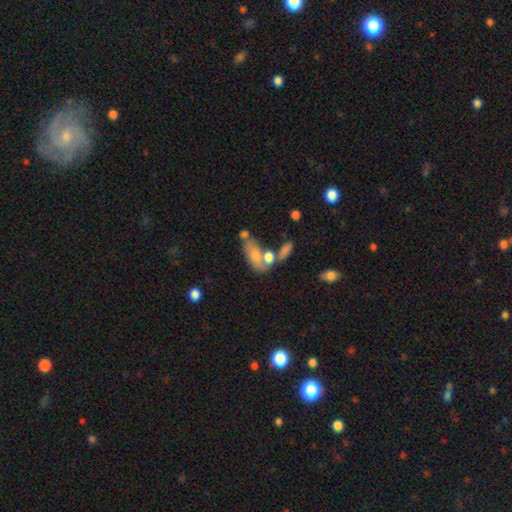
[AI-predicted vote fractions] smooth-or-featured: smooth: 65% | featured or disk: 27% | star or artifact: 9%
  how-rounded: in between: 85% | cigar-shaped: 8% | round: 7%
  merging: merger: 41% | none: 34% | minor disturbance: 16% | major disturbance: 10%